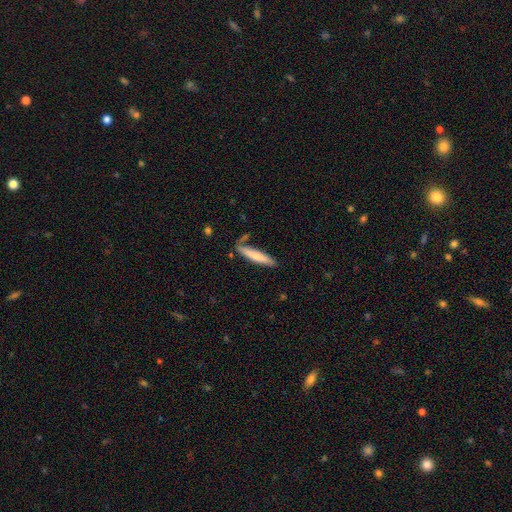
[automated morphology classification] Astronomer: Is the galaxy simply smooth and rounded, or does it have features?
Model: smooth — 73%.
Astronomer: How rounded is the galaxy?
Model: cigar-shaped — 88%.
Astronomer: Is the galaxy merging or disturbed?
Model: none — 75%.